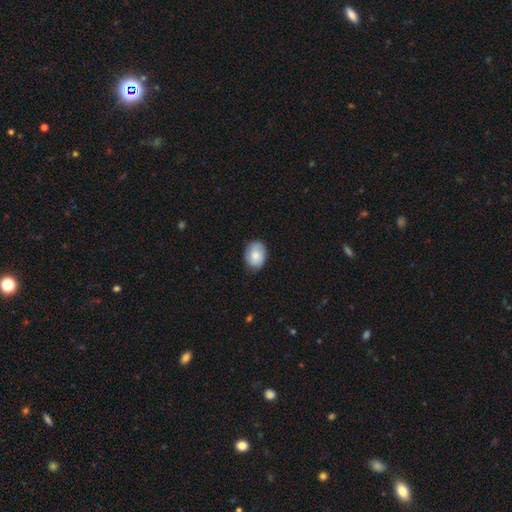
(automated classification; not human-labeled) Overall: smooth (73%). How rounded: in between (65%; round 34%). Merging: none (78%).